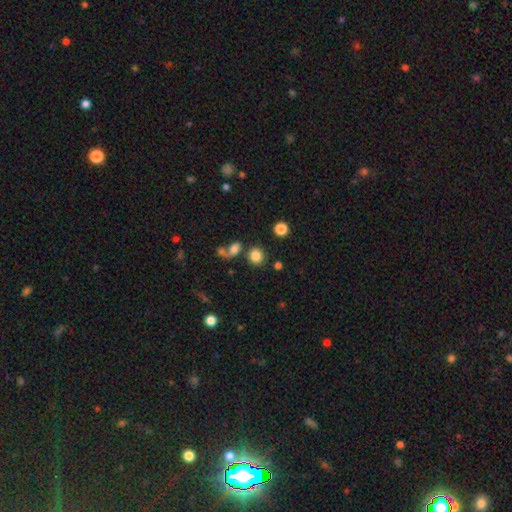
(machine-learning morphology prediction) A smooth galaxy with no disk features (82%) that is round (82%).

Vote fractions:
- Smooth or featured? smooth: 82% / star or artifact: 12% / featured or disk: 5%
- How rounded? round: 82% / in between: 16% / cigar-shaped: 1%
- Merging? none: 75% / merger: 12% / minor disturbance: 8% / major disturbance: 4%